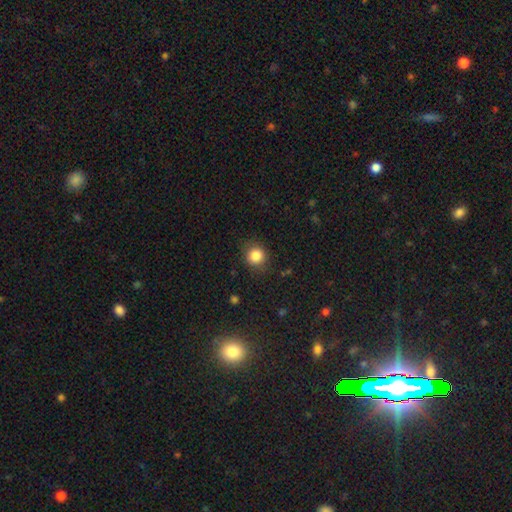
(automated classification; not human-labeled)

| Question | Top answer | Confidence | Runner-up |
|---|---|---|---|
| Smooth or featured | smooth | 84% | star or artifact (11%) |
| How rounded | round | 88% | in between (12%) |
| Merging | none | 86% | minor disturbance (10%) |